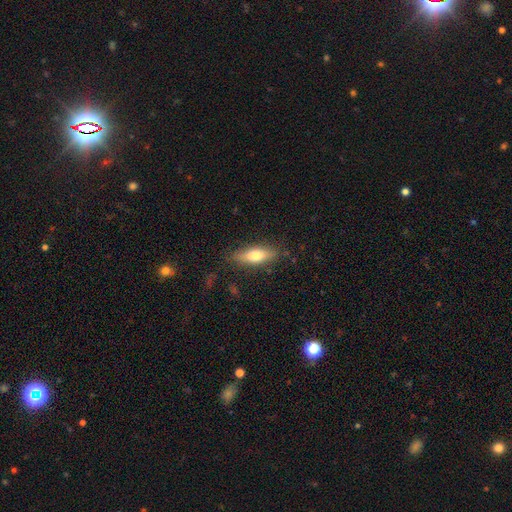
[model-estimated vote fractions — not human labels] Smooth or featured? Predicted: smooth (p=0.68). How rounded? Predicted: in between (p=0.59). Merging? Predicted: none (p=0.83).